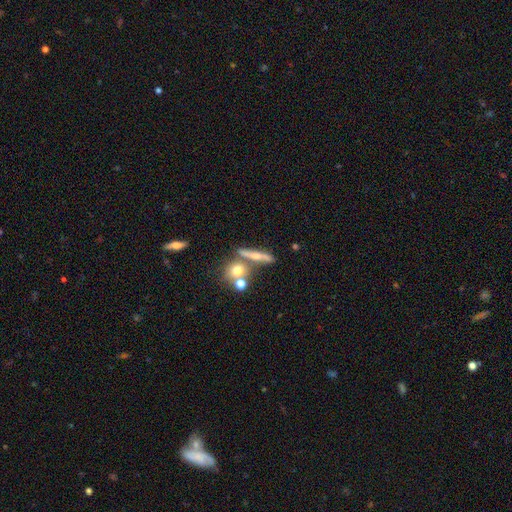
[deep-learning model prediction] smooth_or_featured: smooth (p=0.48) [alt: featured or disk p=0.40]
merging: none (p=0.60) [alt: merger p=0.21]